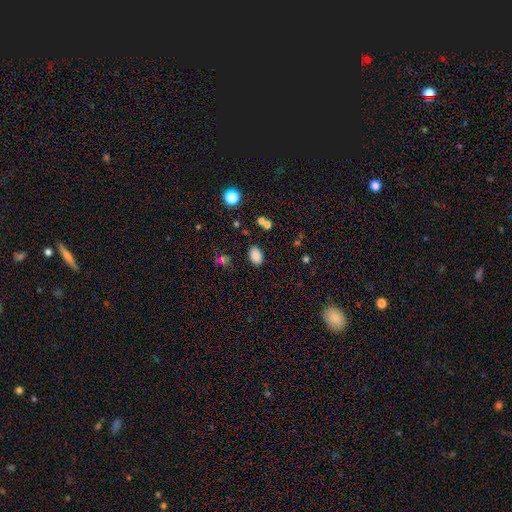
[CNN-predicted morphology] Smooth or featured? Predicted: smooth (p=0.83). How rounded? Predicted: in between (p=0.86). Merging? Predicted: none (p=0.81).